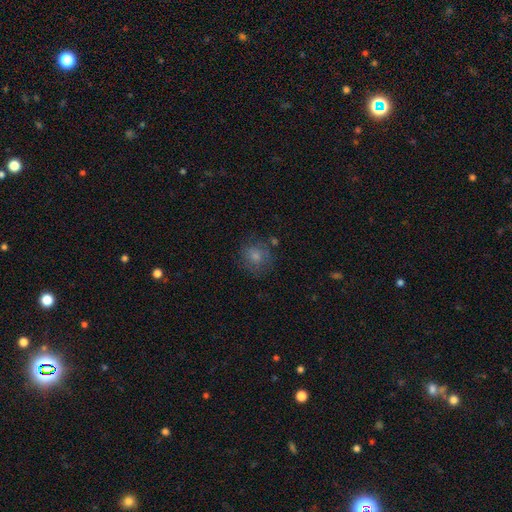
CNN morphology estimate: Q: Smooth or featured?
A: smooth (74%); runner-up: featured or disk (16%)
Q: How rounded?
A: round (83%); runner-up: in between (16%)
Q: Merging?
A: none (69%); runner-up: minor disturbance (18%)